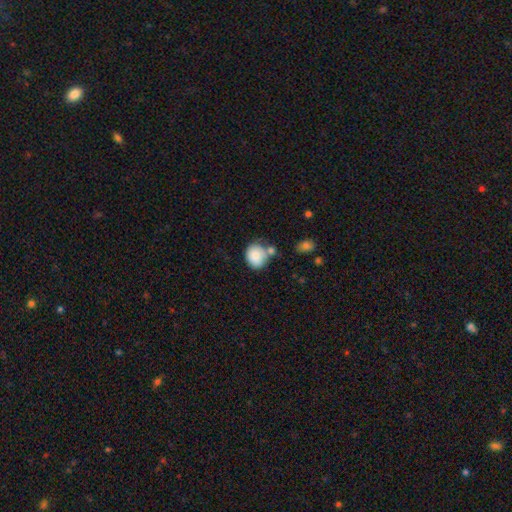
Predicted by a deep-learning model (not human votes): smooth-or-featured: smooth: 84% | featured or disk: 8% | star or artifact: 8%
  how-rounded: round: 66% | in between: 33% | cigar-shaped: 1%
  merging: none: 52% | merger: 22% | minor disturbance: 20% | major disturbance: 6%